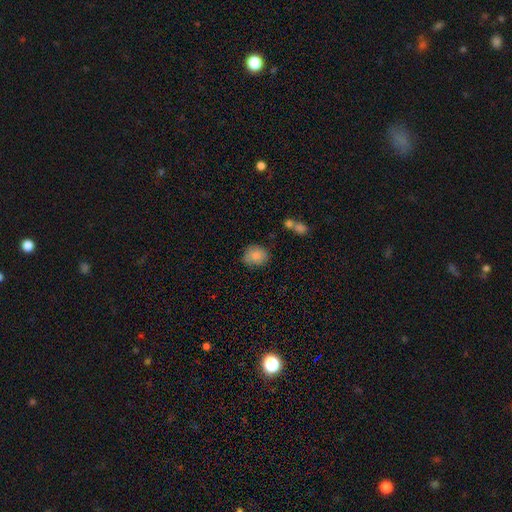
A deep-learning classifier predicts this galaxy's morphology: smooth 84%, star or artifact 8%, featured or disk 8%. Down the decision tree: how rounded — round (61%); merging — none (71%).